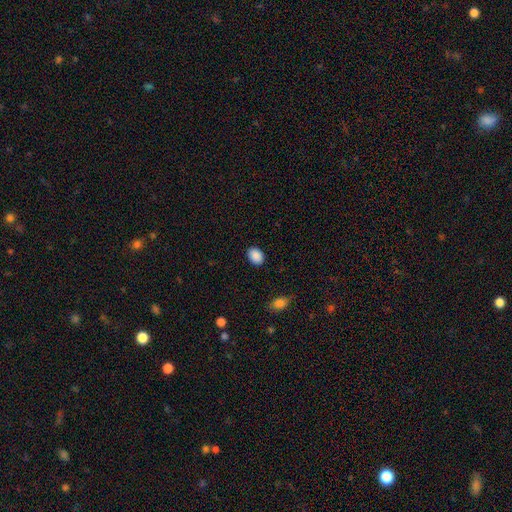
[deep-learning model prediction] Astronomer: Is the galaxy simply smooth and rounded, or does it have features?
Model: smooth — 89%.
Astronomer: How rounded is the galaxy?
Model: in between — 72%.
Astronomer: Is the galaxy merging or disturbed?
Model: none — 88%.